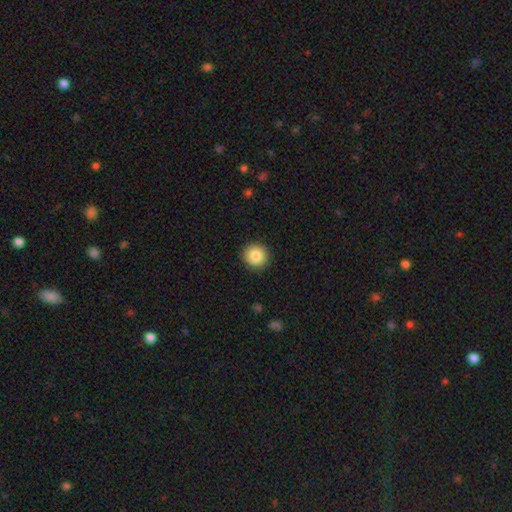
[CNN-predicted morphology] Smooth or featured? smooth (85%)
How rounded? round (94%)
Merging? none (92%)